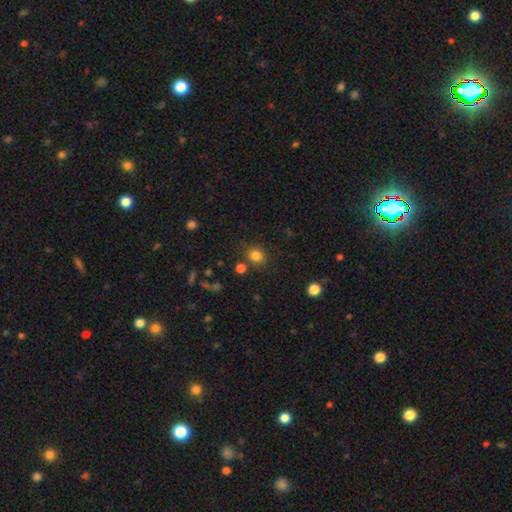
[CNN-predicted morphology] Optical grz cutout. It shows a smooth galaxy with no disk features (81%) that is round (71%). Merging: none (77%).